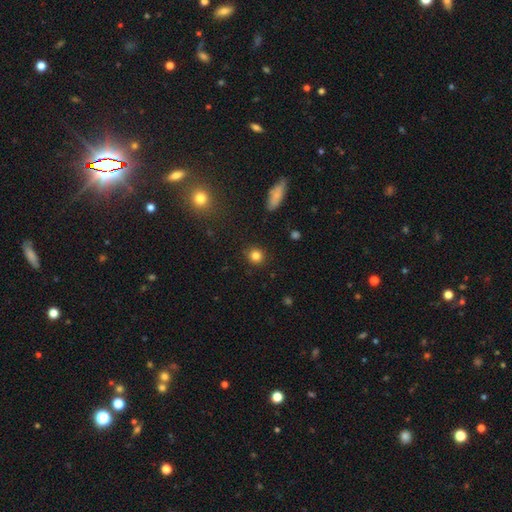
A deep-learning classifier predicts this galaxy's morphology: A smooth galaxy with no disk features (83%) that is round (91%).

Vote fractions:
- Smooth or featured? smooth: 83% / star or artifact: 12% / featured or disk: 5%
- How rounded? round: 91% / in between: 8% / cigar-shaped: 1%
- Merging? none: 90% / minor disturbance: 7% / major disturbance: 2% / merger: 1%